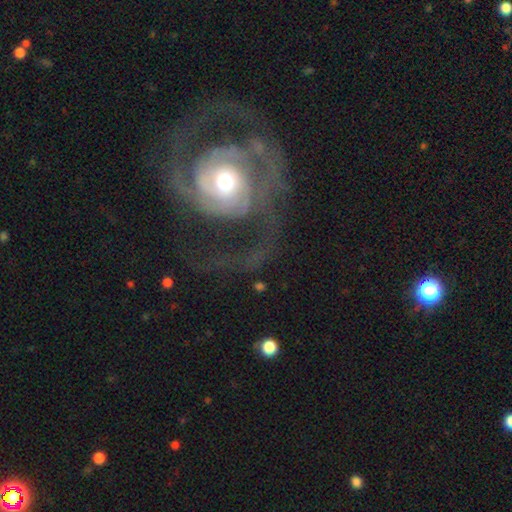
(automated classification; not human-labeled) Smooth or featured?
  - featured or disk: 88% *
  - smooth: 7%
  - star or artifact: 5%
Edge-on disk?
  - no: 98% *
  - yes: 2%
Bar?
  - no: 66% *
  - weak: 23%
  - strong: 11%
Spiral arms?
  - yes: 95% *
  - no: 5%
Spiral winding?
  - medium: 46% *
  - tight: 36%
  - loose: 18%
Spiral arm count?
  - 2: 72% *
  - 3: 8%
  - can't tell: 8%
  - 1: 5%
  - 4: 3%
  - more than 4: 3%
Bulge size?
  - moderate: 59% *
  - small: 26%
  - large: 11%
  - dominant: 2%
  - none: 1%
Merging?
  - none: 64% *
  - major disturbance: 20%
  - minor disturbance: 13%
  - merger: 2%